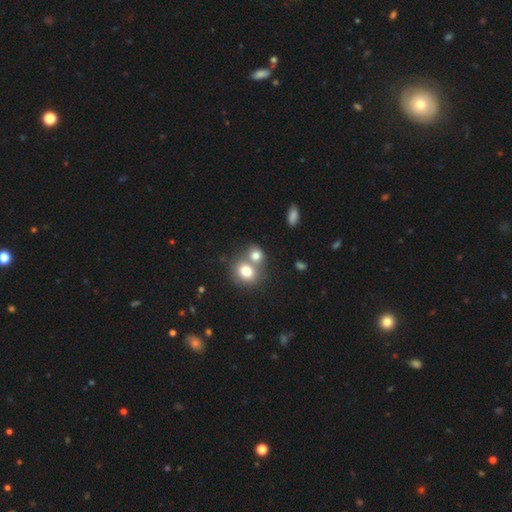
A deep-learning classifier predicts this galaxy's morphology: Overall: smooth (76%). How rounded: round (66%; in between 33%). Merging: merger (57%; none 33%).